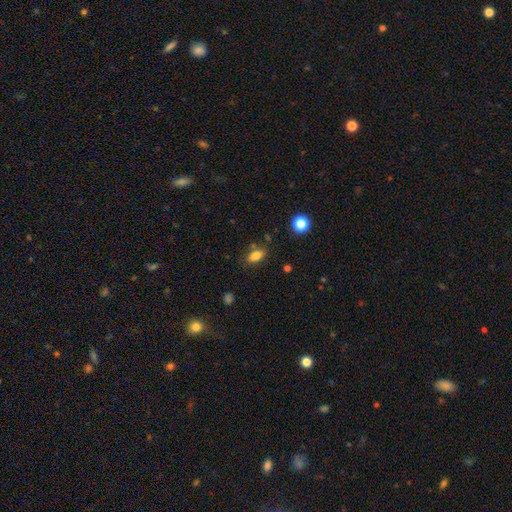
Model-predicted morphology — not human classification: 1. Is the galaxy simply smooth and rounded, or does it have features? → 83% smooth, 10% star or artifact, 7% featured or disk.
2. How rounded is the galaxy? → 86% in between, 9% round, 5% cigar-shaped.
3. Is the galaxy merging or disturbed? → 77% none, 14% minor disturbance, 5% merger, 4% major disturbance.